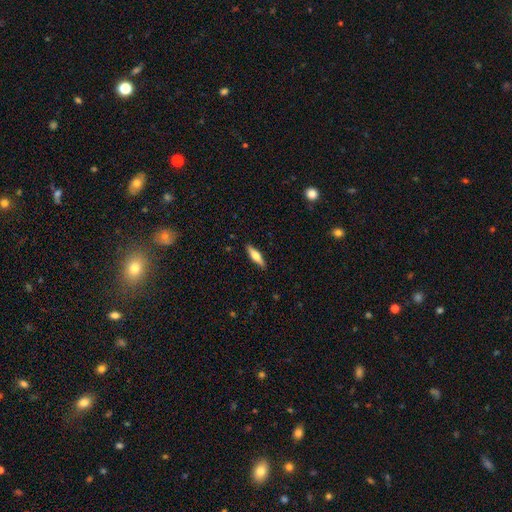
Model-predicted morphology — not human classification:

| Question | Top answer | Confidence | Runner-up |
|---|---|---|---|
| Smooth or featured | smooth | 54% | featured or disk (40%) |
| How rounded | cigar-shaped | 64% | in between (34%) |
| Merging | none | 89% | minor disturbance (9%) |